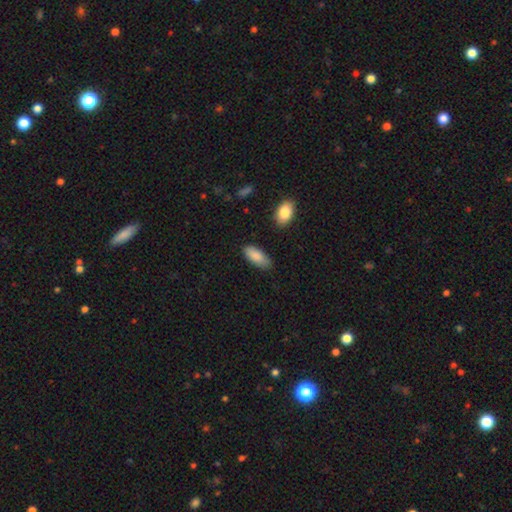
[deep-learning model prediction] This is clearly a smooth galaxy (87%). How rounded: clearly in between (85%). Merging: clearly none (80%).